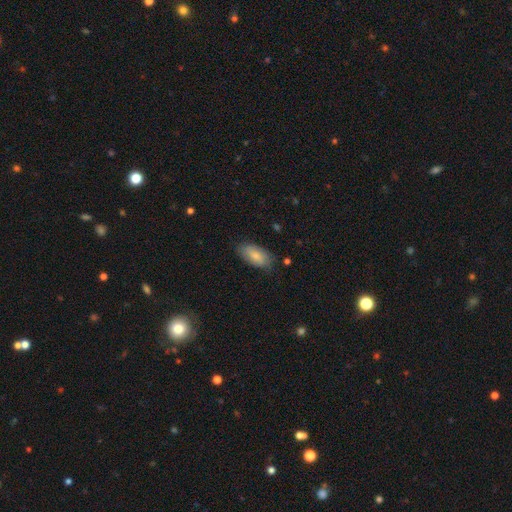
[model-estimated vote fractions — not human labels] smooth-or-featured: smooth: 76% | featured or disk: 17% | star or artifact: 6%
  how-rounded: in between: 91% | cigar-shaped: 6% | round: 3%
  merging: none: 75% | minor disturbance: 20% | major disturbance: 4% | merger: 1%